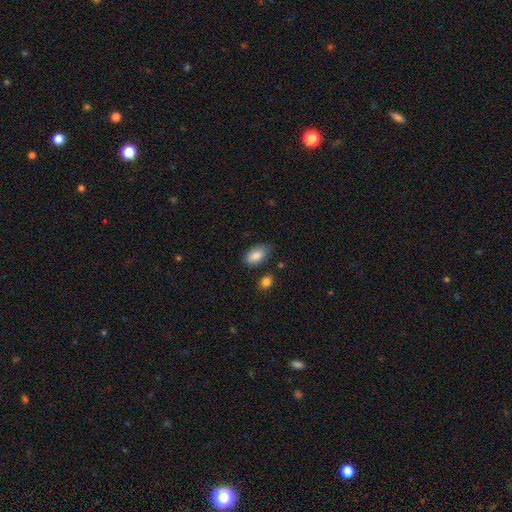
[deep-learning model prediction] smooth_or_featured: smooth (p=0.87) [alt: star or artifact p=0.07]
how_rounded: in between (p=0.94) [alt: round p=0.04]
merging: none (p=0.74) [alt: minor disturbance p=0.19]